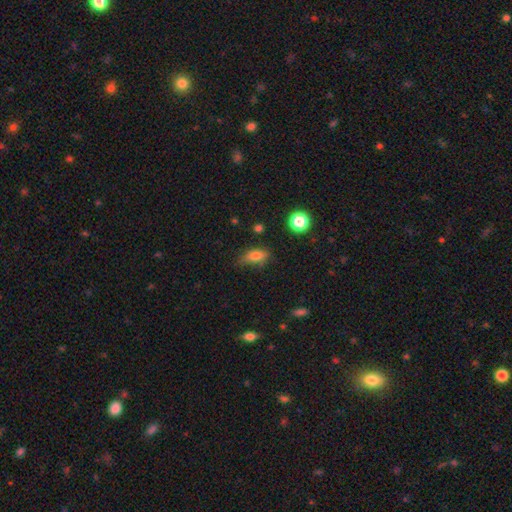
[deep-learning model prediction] This is likely a smooth galaxy (75%). How rounded: likely in between (77%). Merging: likely none (61%).